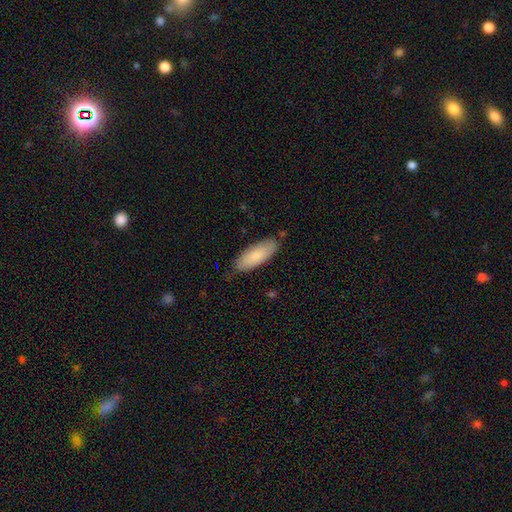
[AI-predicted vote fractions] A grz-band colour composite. It shows a smooth galaxy with no disk features (85%) that is in between round and cigar-shaped (67%). Merging: none (81%).